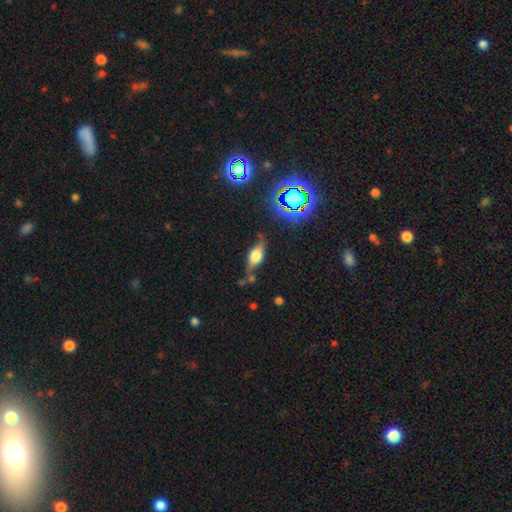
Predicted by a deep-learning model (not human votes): Smooth or featured? Predicted: smooth (p=0.46). Merging? Predicted: none (p=0.65).